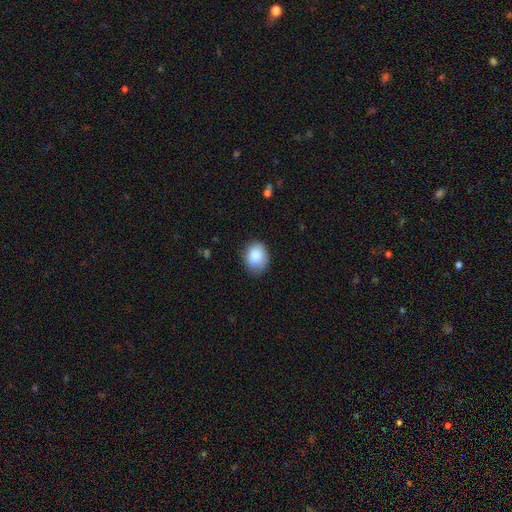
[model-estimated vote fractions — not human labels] Smooth or featured: smooth — 87% (star or artifact — 7%)
How rounded: in between — 56% (round — 43%)
Merging: none — 77% (minor disturbance — 18%)